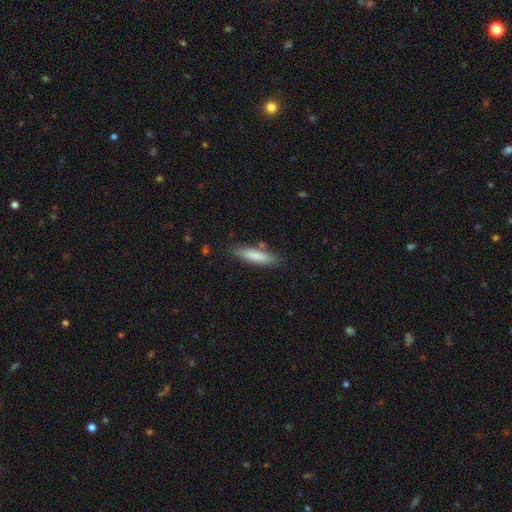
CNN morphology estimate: Smooth or featured?
  - smooth: 80% *
  - featured or disk: 14%
  - star or artifact: 6%
How rounded?
  - cigar-shaped: 81% *
  - in between: 18%
  - round: 1%
Merging?
  - none: 82% *
  - minor disturbance: 11%
  - merger: 4%
  - major disturbance: 2%